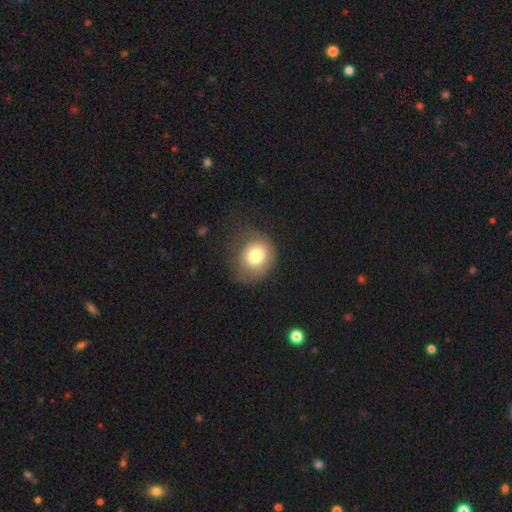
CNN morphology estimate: The model was most divided on "merging": none: 63%, minor disturbance: 23%, major disturbance: 13%, merger: 1%. More confident: smooth or featured — smooth (77%); how rounded — round (75%).